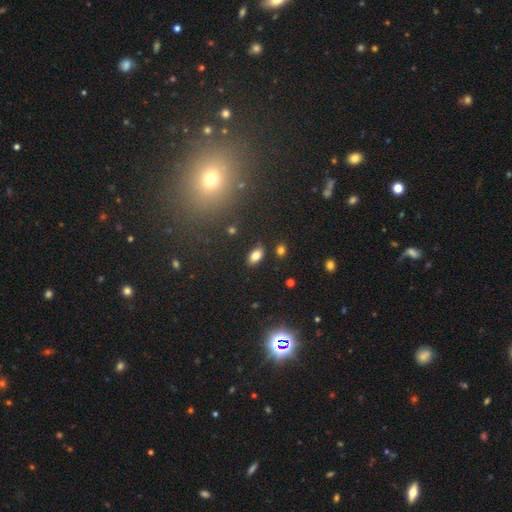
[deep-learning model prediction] Smooth or featured?
  - smooth: 81% *
  - star or artifact: 10%
  - featured or disk: 9%
How rounded?
  - in between: 92% *
  - round: 5%
  - cigar-shaped: 3%
Merging?
  - none: 85% *
  - minor disturbance: 10%
  - merger: 3%
  - major disturbance: 2%